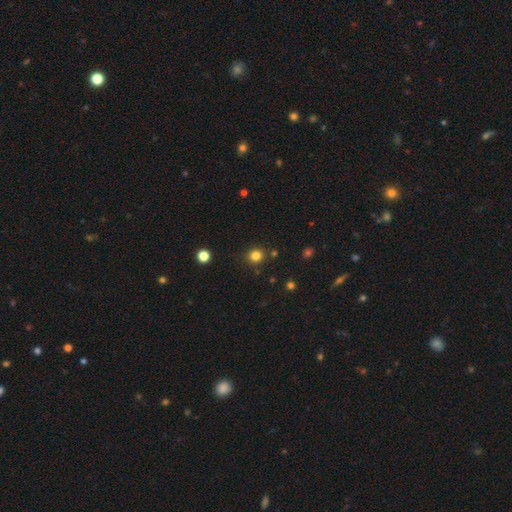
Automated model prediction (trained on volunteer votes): Smooth or featured?
  - smooth: 81% *
  - star or artifact: 14%
  - featured or disk: 5%
How rounded?
  - round: 87% *
  - in between: 12%
  - cigar-shaped: 1%
Merging?
  - none: 87% *
  - minor disturbance: 7%
  - merger: 3%
  - major disturbance: 2%